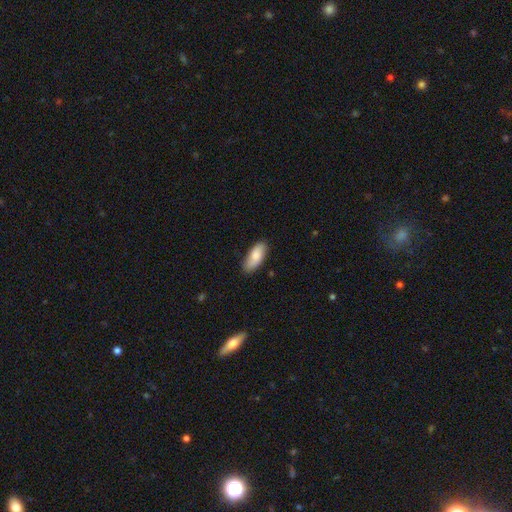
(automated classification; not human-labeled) Smooth or featured?
  - smooth: 84% *
  - featured or disk: 10%
  - star or artifact: 6%
How rounded?
  - in between: 83% *
  - cigar-shaped: 15%
  - round: 2%
Merging?
  - none: 81% *
  - minor disturbance: 15%
  - major disturbance: 2%
  - merger: 1%